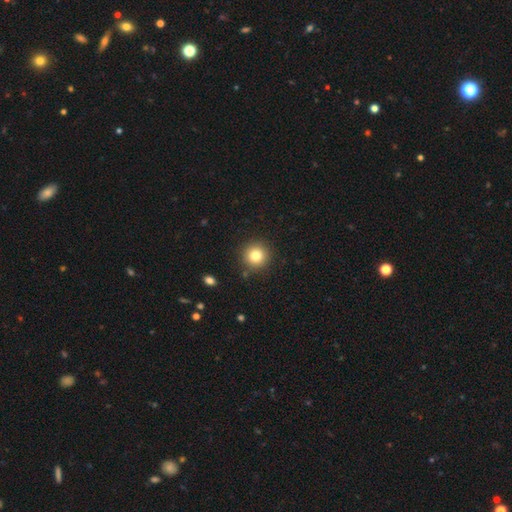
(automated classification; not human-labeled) The model was most divided on "smooth or featured": smooth: 81%, star or artifact: 12%, featured or disk: 8%. More confident: how rounded — round (94%); merging — none (89%).